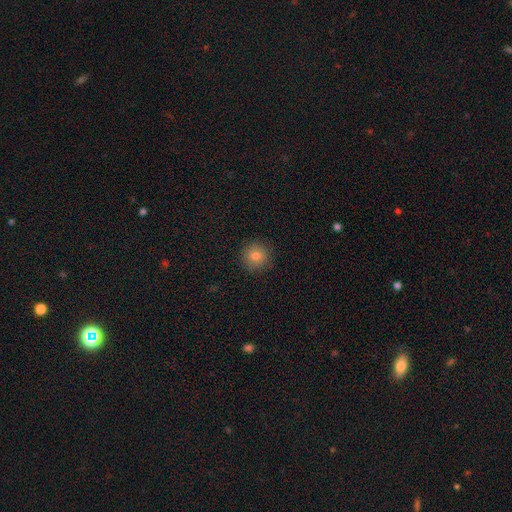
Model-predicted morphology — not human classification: Q: Smooth or featured?
A: smooth (80%); runner-up: star or artifact (12%)
Q: How rounded?
A: round (94%); runner-up: in between (5%)
Q: Merging?
A: none (91%); runner-up: minor disturbance (7%)